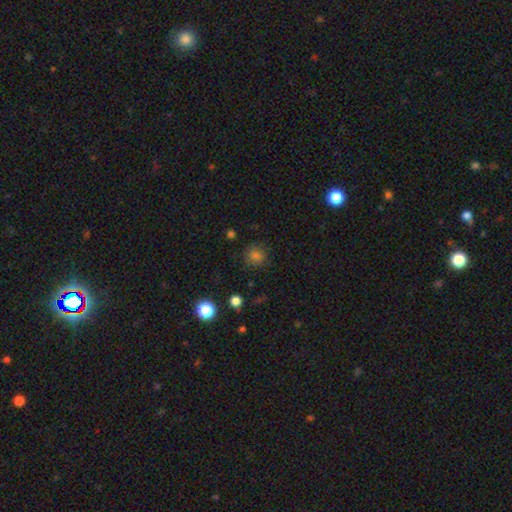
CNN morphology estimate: The model was most divided on "smooth or featured": smooth: 78%, star or artifact: 17%, featured or disk: 5%. More confident: how rounded — round (88%); merging — none (85%).